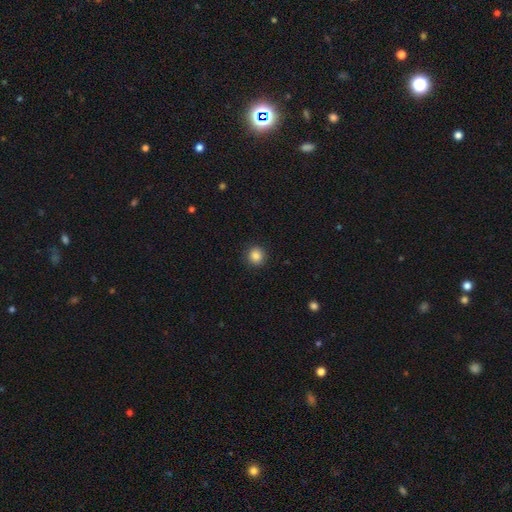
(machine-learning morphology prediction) Overall: smooth (87%). How rounded: round (92%). Merging: none (91%).